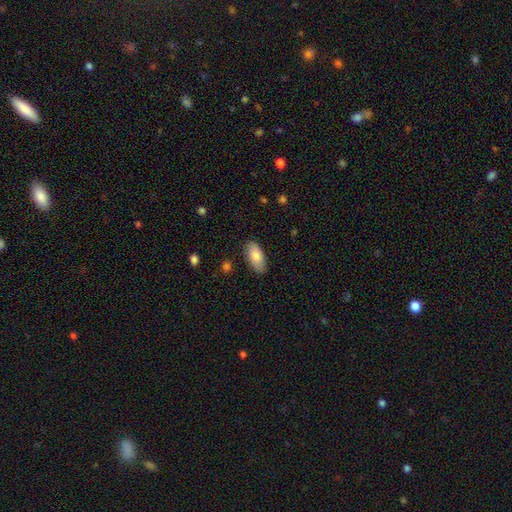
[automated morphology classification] A smooth galaxy with no disk features (83%) that is in between round and cigar-shaped (89%).

Vote fractions:
- Smooth or featured? smooth: 83% / featured or disk: 11% / star or artifact: 6%
- How rounded? in between: 89% / cigar-shaped: 9% / round: 2%
- Merging? none: 86% / minor disturbance: 11% / major disturbance: 2% / merger: 1%